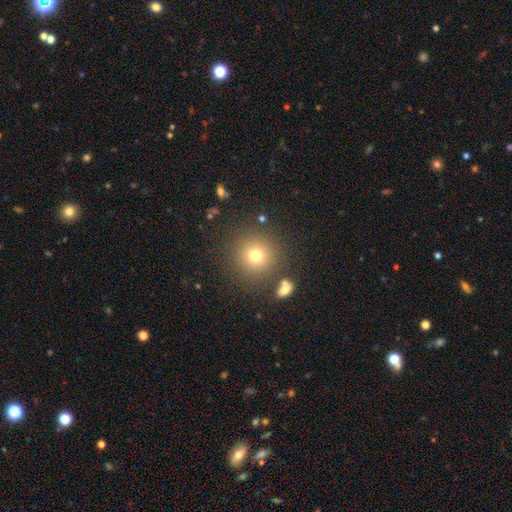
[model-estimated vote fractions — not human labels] Q: Smooth or featured?
A: smooth (75%); runner-up: star or artifact (16%)
Q: How rounded?
A: round (94%); runner-up: in between (5%)
Q: Merging?
A: none (85%); runner-up: minor disturbance (7%)